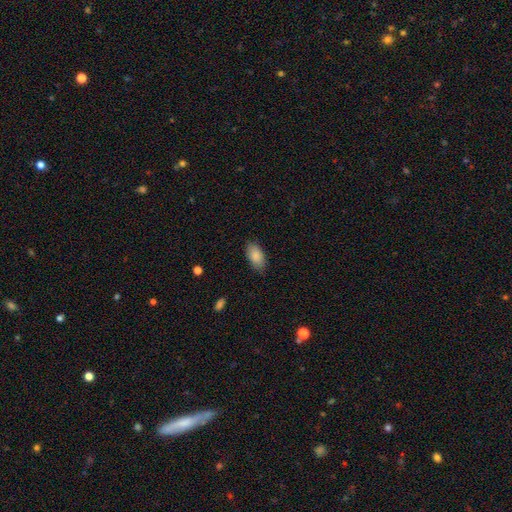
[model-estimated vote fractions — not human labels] Morphology: type=smooth (88%); roundness=in between (93%); merging=none (83%).